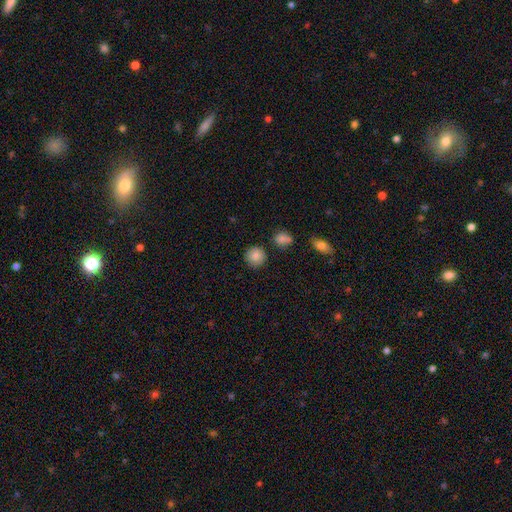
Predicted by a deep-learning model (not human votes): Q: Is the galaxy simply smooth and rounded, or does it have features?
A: smooth — 86%.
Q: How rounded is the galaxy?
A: round — 94%.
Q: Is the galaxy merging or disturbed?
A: none — 87%.